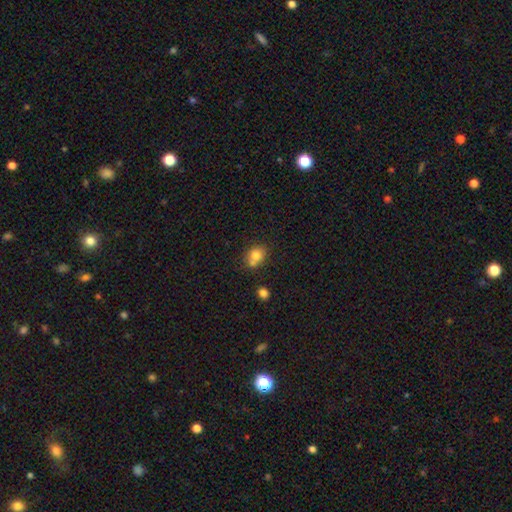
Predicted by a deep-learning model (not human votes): smooth_or_featured: smooth (p=0.77) [alt: featured or disk p=0.12]
how_rounded: round (p=0.62) [alt: in between p=0.37]
merging: none (p=0.49) [alt: merger p=0.35]